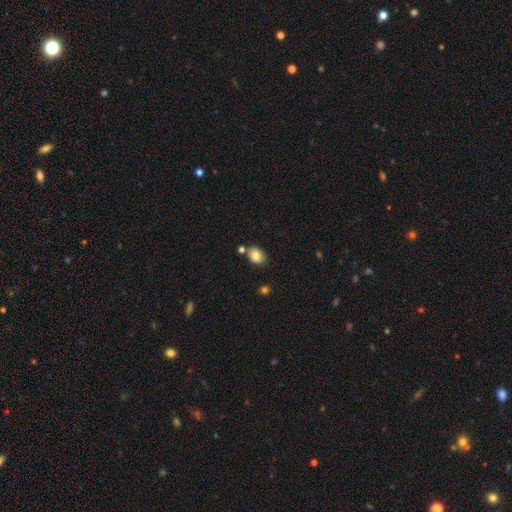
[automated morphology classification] Overall: smooth (84%). How rounded: in between (75%). Merging: none (74%).